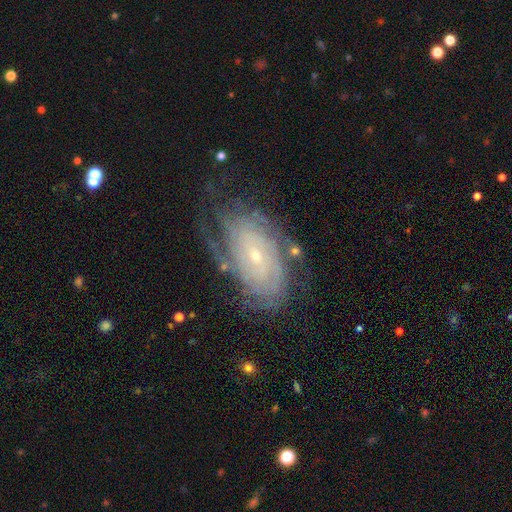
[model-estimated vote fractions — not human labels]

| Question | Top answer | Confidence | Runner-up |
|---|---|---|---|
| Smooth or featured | featured or disk | 84% | smooth (10%) |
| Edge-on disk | no | 95% | yes (5%) |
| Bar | no | 69% | weak (24%) |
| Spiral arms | yes | 94% | no (6%) |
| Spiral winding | tight | 77% | medium (18%) |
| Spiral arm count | can't tell | 44% | 4 (15%) |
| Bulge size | small | 77% | moderate (19%) |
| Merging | none | 67% | minor disturbance (20%) |